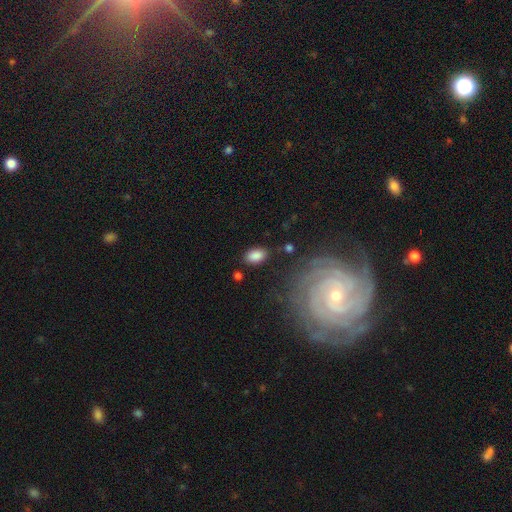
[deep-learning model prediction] This appears to be a smooth galaxy with no disk features (86%) that is in between round and cigar-shaped (90%). Merging: none (79%).